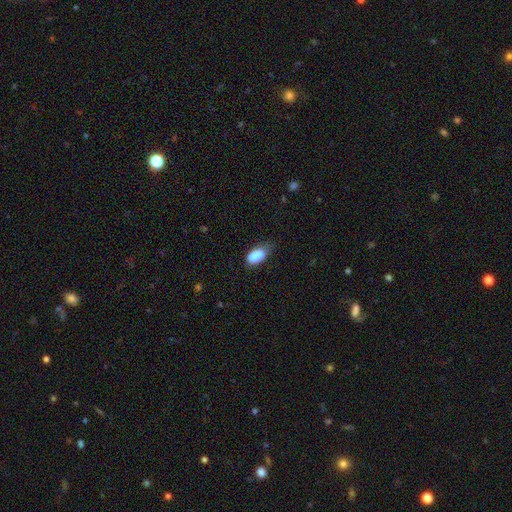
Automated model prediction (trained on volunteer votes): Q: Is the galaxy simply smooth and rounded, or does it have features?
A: smooth — 84%.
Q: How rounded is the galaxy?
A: in between — 90%.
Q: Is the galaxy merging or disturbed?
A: none — 45%.